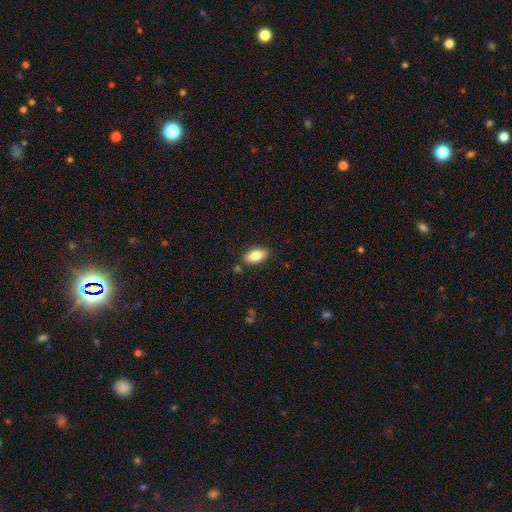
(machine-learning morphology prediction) Overall: smooth (80%). How rounded: in between (89%). Merging: none (85%).